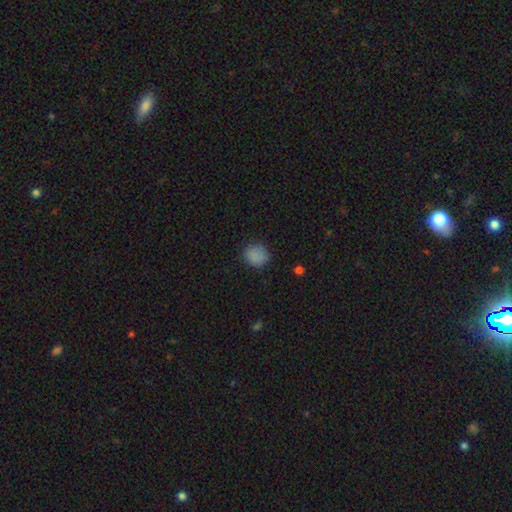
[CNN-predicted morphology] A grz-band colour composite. It shows a smooth galaxy with no disk features (84%) that is round (78%). Merging: none (81%).